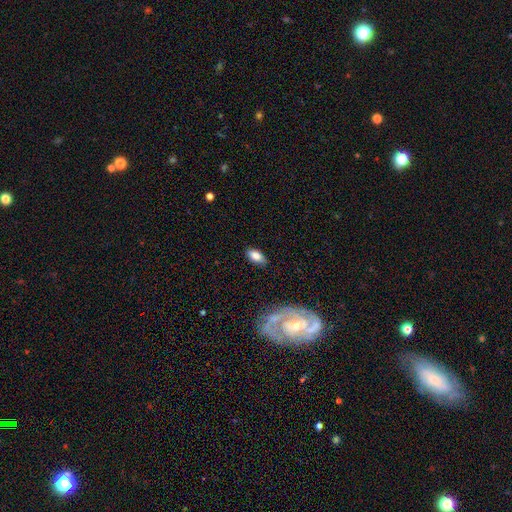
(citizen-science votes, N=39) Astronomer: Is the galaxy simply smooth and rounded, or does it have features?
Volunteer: smooth — 74%.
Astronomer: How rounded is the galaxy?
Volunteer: in between — 90%.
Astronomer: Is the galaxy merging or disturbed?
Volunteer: none — 89%.